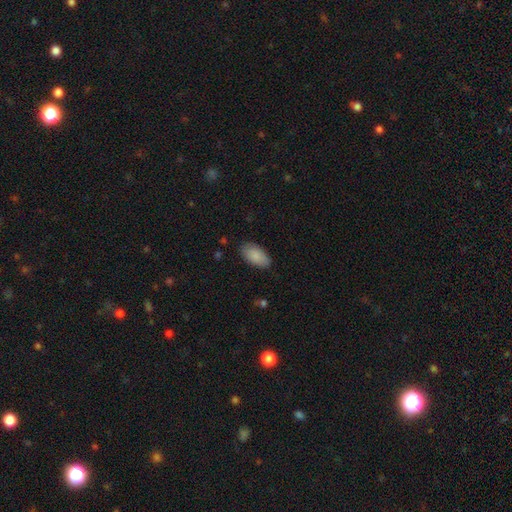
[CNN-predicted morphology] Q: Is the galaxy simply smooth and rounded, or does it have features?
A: smooth — 89%.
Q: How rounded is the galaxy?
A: in between — 94%.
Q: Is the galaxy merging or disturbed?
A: none — 85%.